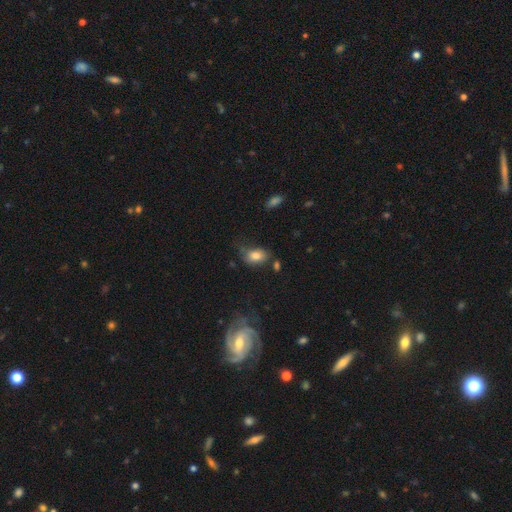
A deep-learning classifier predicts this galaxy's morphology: Smooth or featured?
  - smooth: 79% *
  - featured or disk: 12%
  - star or artifact: 9%
How rounded?
  - in between: 82% *
  - round: 16%
  - cigar-shaped: 1%
Merging?
  - none: 55% *
  - minor disturbance: 28%
  - major disturbance: 12%
  - merger: 6%